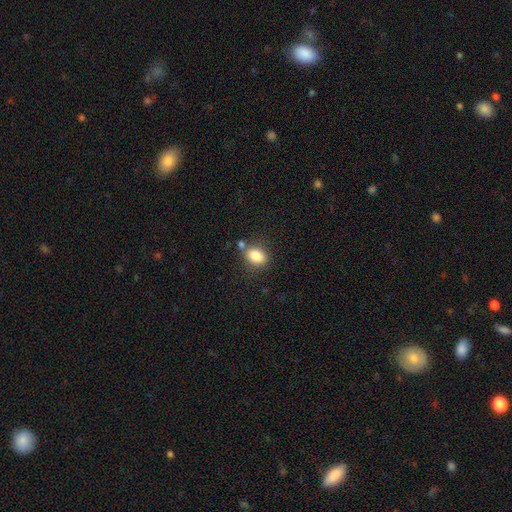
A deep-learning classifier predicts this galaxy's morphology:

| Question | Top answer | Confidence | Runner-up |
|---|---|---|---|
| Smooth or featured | smooth | 84% | star or artifact (9%) |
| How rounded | in between | 67% | round (32%) |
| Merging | none | 67% | merger (15%) |